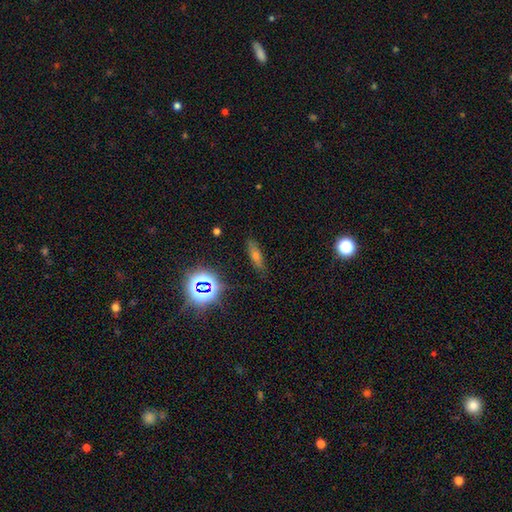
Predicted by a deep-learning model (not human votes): The model was most divided on "smooth or featured": smooth: 48%, star or artifact: 28%, featured or disk: 24%. More confident: merging — none (84%).